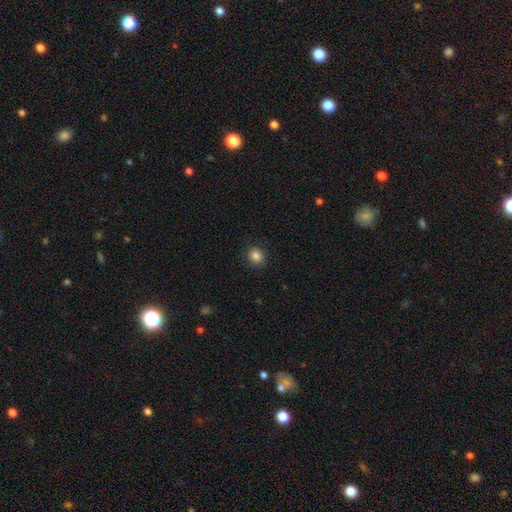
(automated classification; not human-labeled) smooth 85%, star or artifact 11%, featured or disk 5%. Down the decision tree: how rounded — round (83%); merging — none (89%).